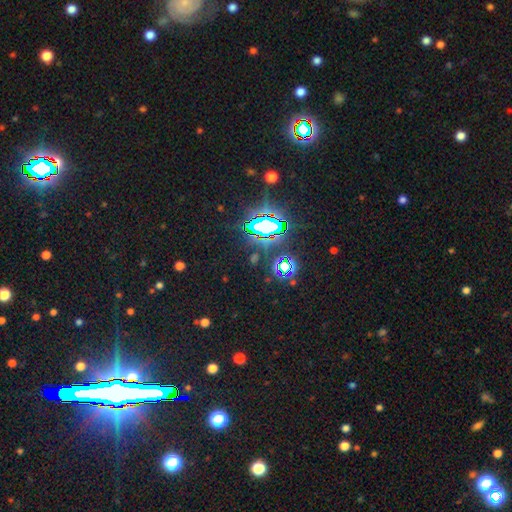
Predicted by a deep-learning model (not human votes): This appears to be a star or artifact, not a galaxy (81%).